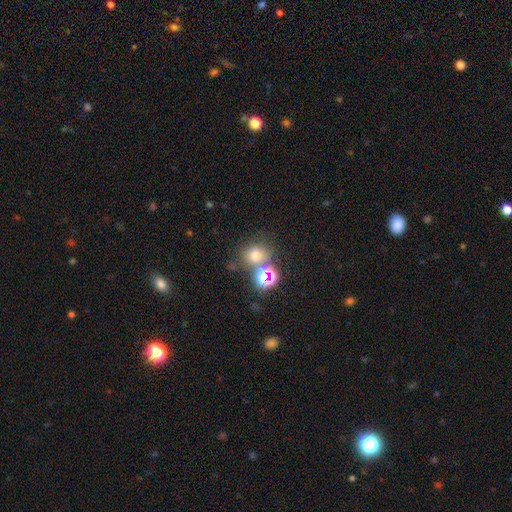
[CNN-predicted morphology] smooth_or_featured: smooth (p=0.65) [alt: star or artifact p=0.25]
how_rounded: round (p=0.77) [alt: in between p=0.22]
merging: none (p=0.59) [alt: merger p=0.25]